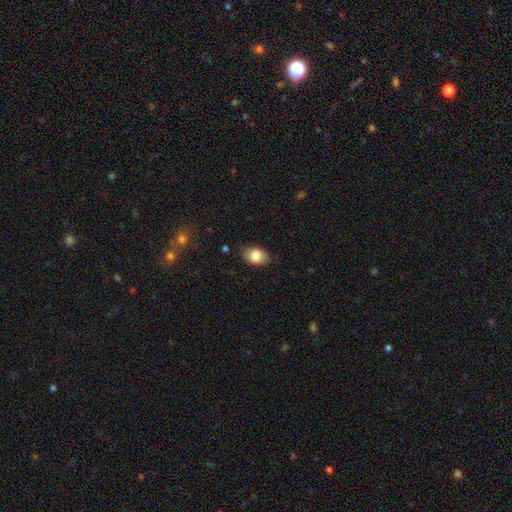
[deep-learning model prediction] The model was most divided on "merging": none: 79%, minor disturbance: 16%, major disturbance: 3%, merger: 1%. More confident: how rounded — in between (87%); smooth or featured — smooth (81%).